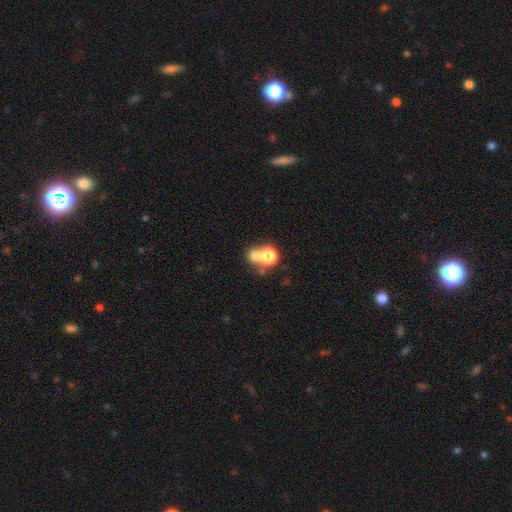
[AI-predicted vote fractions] This appears to be a smooth galaxy with no disk features (70%) that is round (81%). Merging: merger (53%).